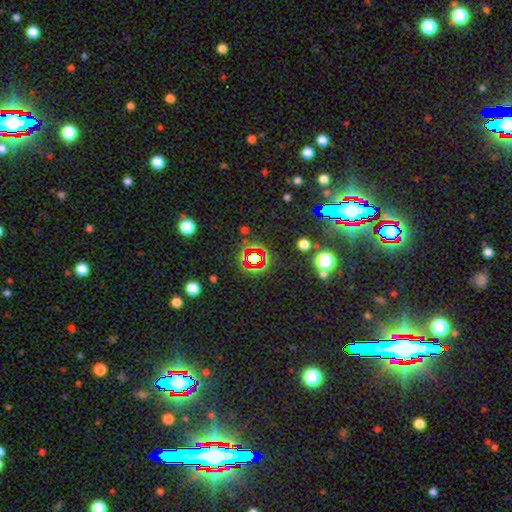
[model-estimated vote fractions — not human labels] The model was most divided on "smooth or featured": star or artifact: 62%, smooth: 23%, featured or disk: 14%.